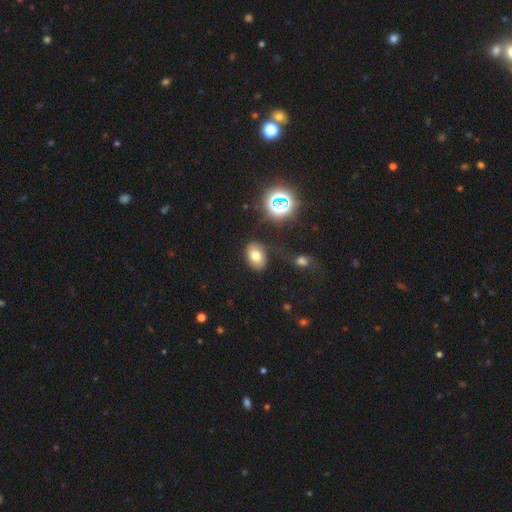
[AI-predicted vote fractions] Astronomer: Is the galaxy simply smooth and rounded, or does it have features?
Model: smooth — 70%.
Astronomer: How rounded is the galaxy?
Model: in between — 80%.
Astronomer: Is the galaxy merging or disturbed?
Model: none — 79%.